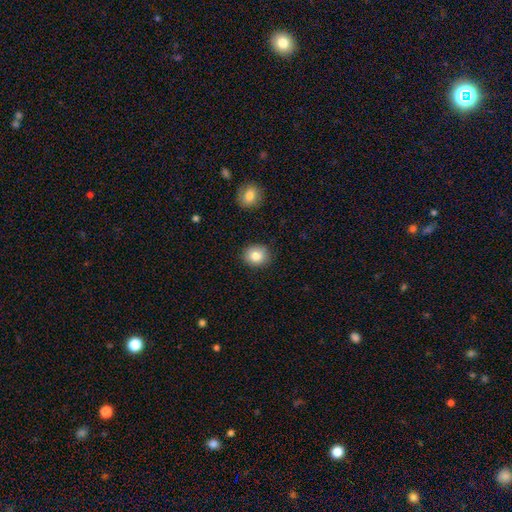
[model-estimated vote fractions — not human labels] Smooth or featured?
  - smooth: 84% *
  - star or artifact: 9%
  - featured or disk: 7%
How rounded?
  - round: 74% *
  - in between: 25%
  - cigar-shaped: 1%
Merging?
  - none: 88% *
  - minor disturbance: 9%
  - major disturbance: 2%
  - merger: 2%